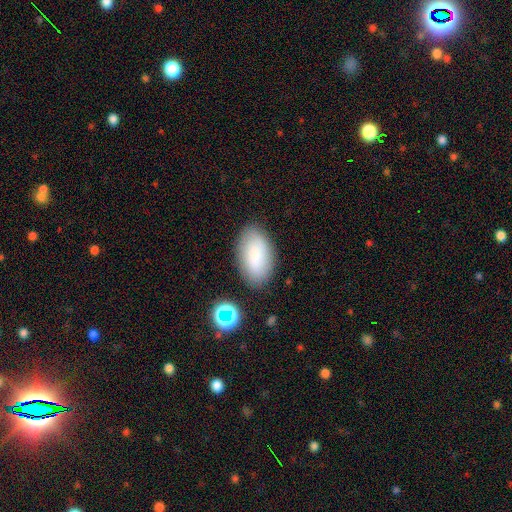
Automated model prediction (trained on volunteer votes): This is clearly a smooth galaxy (81%). How rounded: clearly in between (94%). Merging: clearly none (81%).